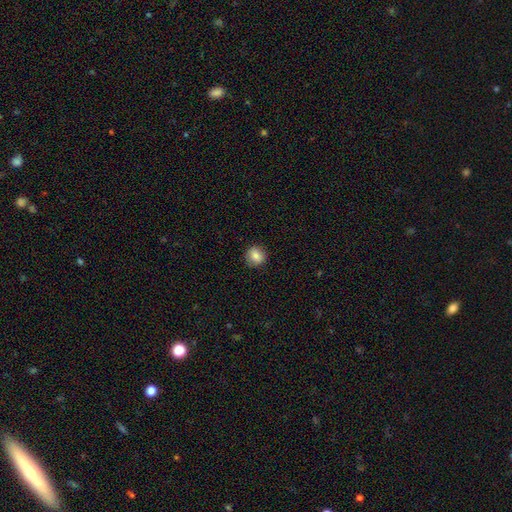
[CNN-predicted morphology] A smooth galaxy with no disk features (82%) that is round (87%). Merging: none (89%).